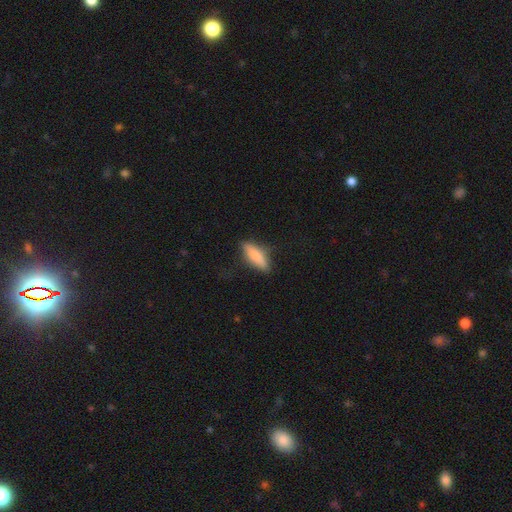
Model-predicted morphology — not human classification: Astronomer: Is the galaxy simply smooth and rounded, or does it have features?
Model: smooth — 77%.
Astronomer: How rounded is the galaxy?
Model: cigar-shaped — 50% (runner-up: in between, 48%).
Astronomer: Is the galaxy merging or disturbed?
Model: none — 77%.